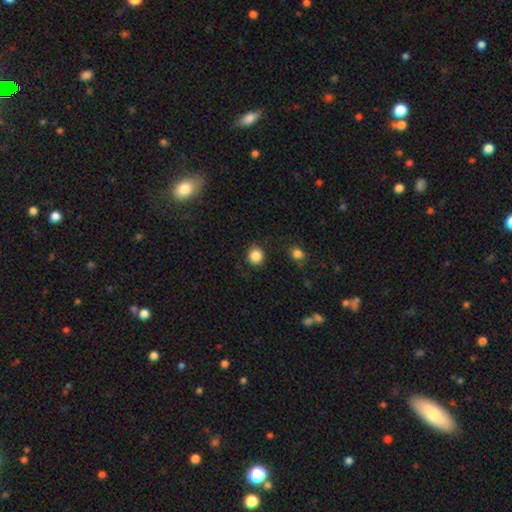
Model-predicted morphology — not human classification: smooth-or-featured: smooth: 86% | star or artifact: 11% | featured or disk: 4%
  how-rounded: round: 92% | in between: 7% | cigar-shaped: 1%
  merging: none: 88% | minor disturbance: 8% | major disturbance: 2% | merger: 2%